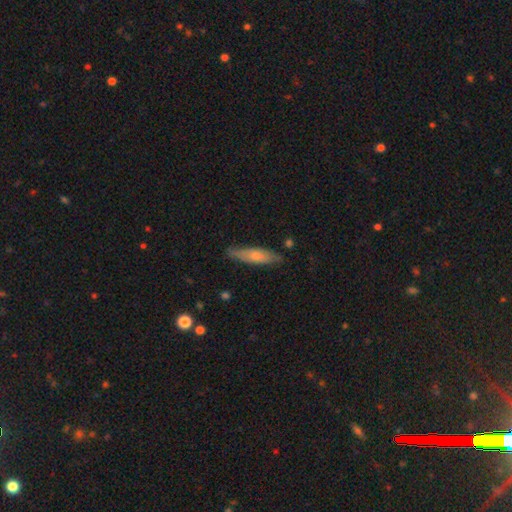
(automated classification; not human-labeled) Smooth or featured? smooth (60%)
How rounded? cigar-shaped (69%)
Merging? none (76%)